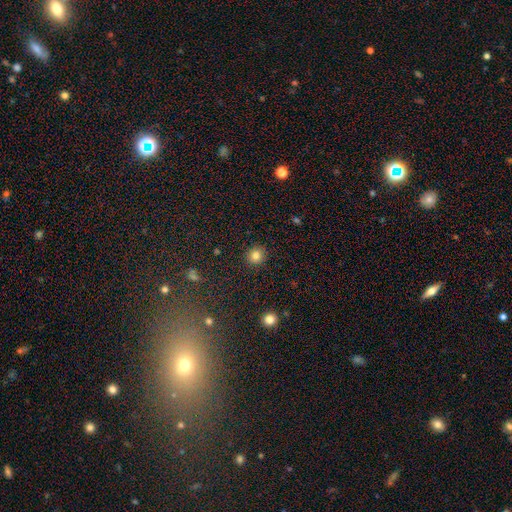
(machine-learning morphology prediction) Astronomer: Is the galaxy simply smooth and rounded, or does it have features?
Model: smooth — 82%.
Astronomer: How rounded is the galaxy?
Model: round — 91%.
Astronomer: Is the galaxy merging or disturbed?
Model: none — 91%.